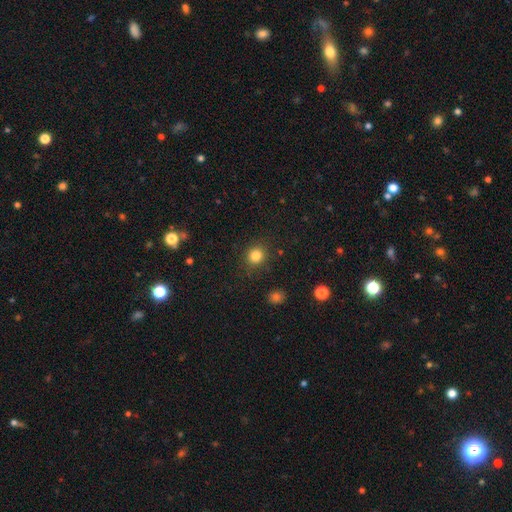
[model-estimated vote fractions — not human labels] smooth 83%, star or artifact 12%, featured or disk 5%. Down the decision tree: how rounded — round (84%); merging — none (86%).